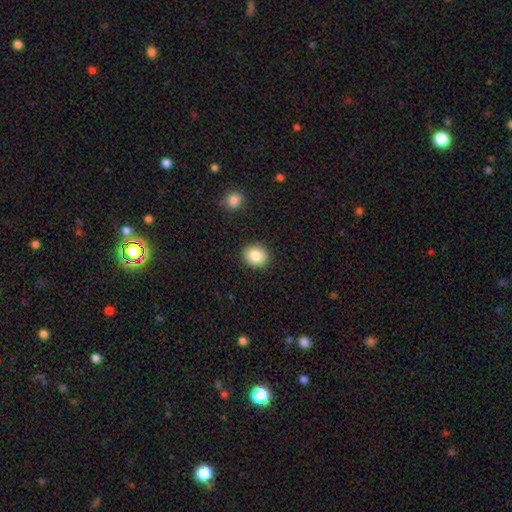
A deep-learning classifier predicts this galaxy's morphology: Smooth or featured? Predicted: smooth (p=0.85). How rounded? Predicted: round (p=0.68). Merging? Predicted: none (p=0.89).